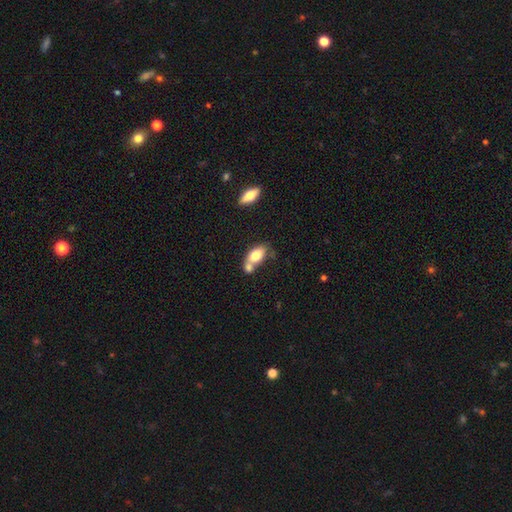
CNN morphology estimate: Q: Smooth or featured?
A: smooth (76%); runner-up: featured or disk (17%)
Q: How rounded?
A: in between (87%); runner-up: round (9%)
Q: Merging?
A: merger (55%); runner-up: none (28%)